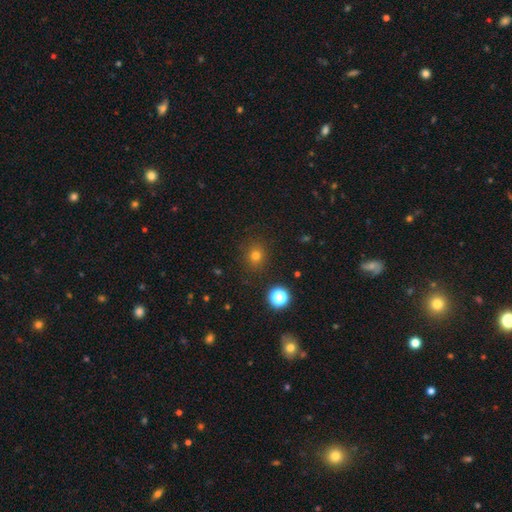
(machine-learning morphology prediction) A smooth galaxy with no disk features (75%) that is round (84%).

Vote fractions:
- Smooth or featured? smooth: 75% / star or artifact: 19% / featured or disk: 6%
- How rounded? round: 84% / in between: 15% / cigar-shaped: 1%
- Merging? none: 88% / minor disturbance: 8% / major disturbance: 3% / merger: 2%